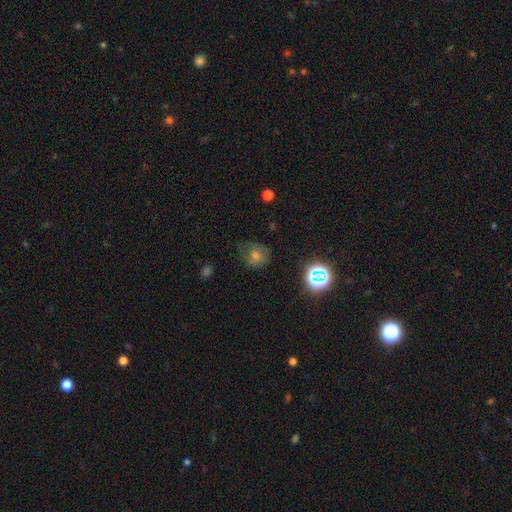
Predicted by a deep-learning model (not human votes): Smooth or featured? smooth (55%)
How rounded? round (75%)
Merging? none (60%)